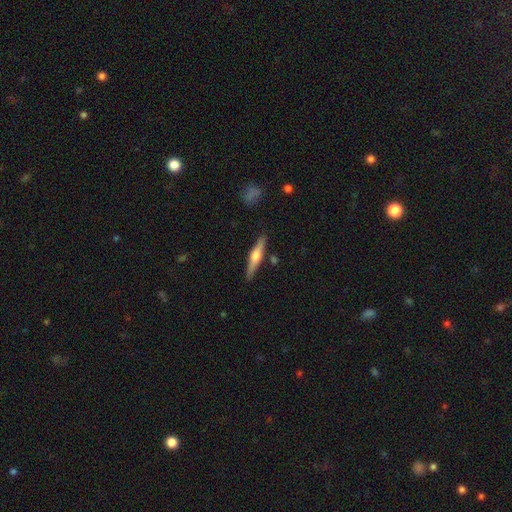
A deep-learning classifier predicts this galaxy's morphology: Q: Smooth or featured?
A: featured or disk (58%); runner-up: smooth (37%)
Q: Edge-on disk?
A: yes (96%); runner-up: no (4%)
Q: Edge-on bulge?
A: rounded (87%); runner-up: boxy (8%)
Q: Merging?
A: none (86%); runner-up: minor disturbance (9%)